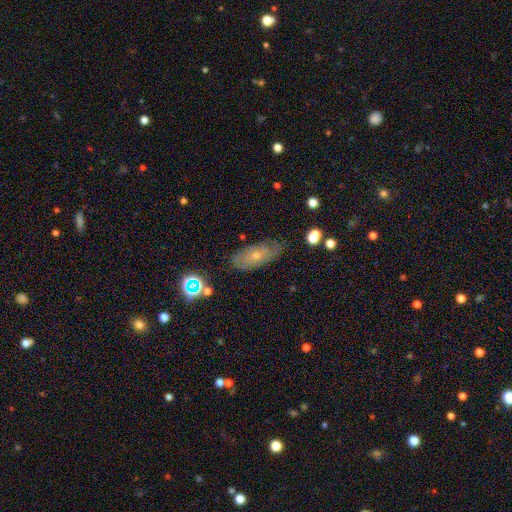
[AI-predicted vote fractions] This is possibly a featured or disk galaxy (49%). Merging: likely none (70%).